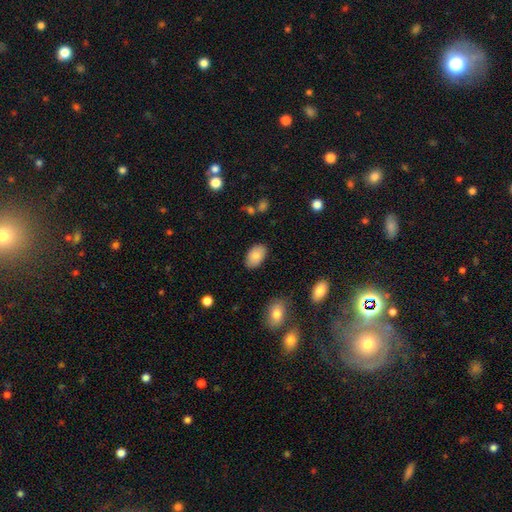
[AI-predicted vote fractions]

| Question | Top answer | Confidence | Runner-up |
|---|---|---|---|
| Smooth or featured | smooth | 86% | featured or disk (8%) |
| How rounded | in between | 93% | round (6%) |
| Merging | none | 86% | minor disturbance (10%) |